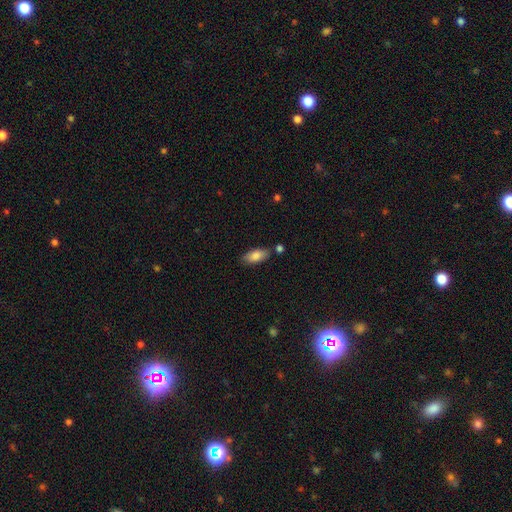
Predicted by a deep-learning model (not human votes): Overall: smooth (82%). How rounded: in between (86%). Merging: none (78%).